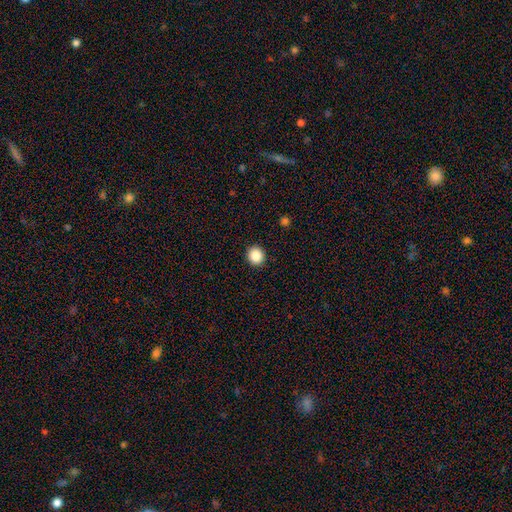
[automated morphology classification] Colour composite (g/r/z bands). It shows a smooth galaxy with no disk features (87%) that is round (88%). Merging: none (92%).